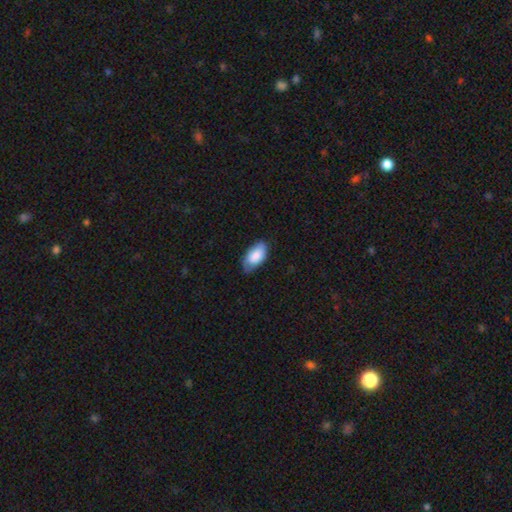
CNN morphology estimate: smooth-or-featured: smooth: 83% | featured or disk: 11% | star or artifact: 6%
  how-rounded: in between: 95% | round: 3% | cigar-shaped: 2%
  merging: none: 66% | minor disturbance: 28% | major disturbance: 4% | merger: 1%